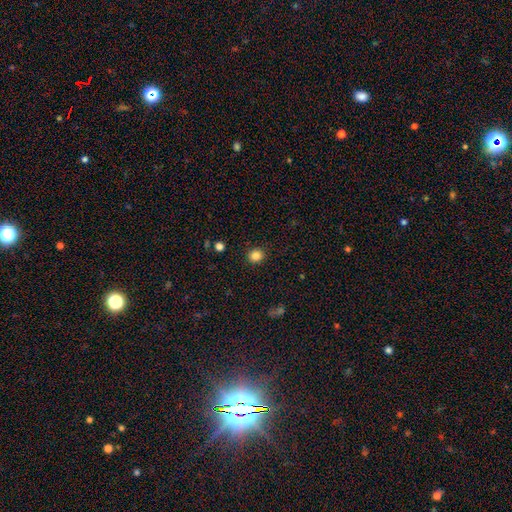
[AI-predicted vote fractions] Smooth or featured: smooth — 84% (star or artifact — 12%)
How rounded: round — 83% (in between — 16%)
Merging: none — 91% (minor disturbance — 6%)